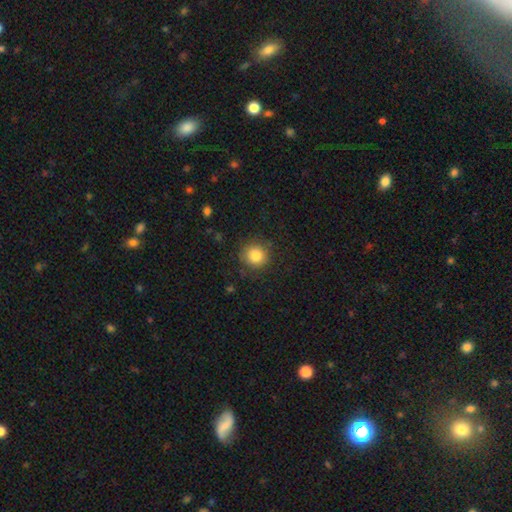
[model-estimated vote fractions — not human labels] Smooth or featured: smooth — 84% (star or artifact — 10%)
How rounded: round — 91% (in between — 8%)
Merging: none — 85% (minor disturbance — 10%)